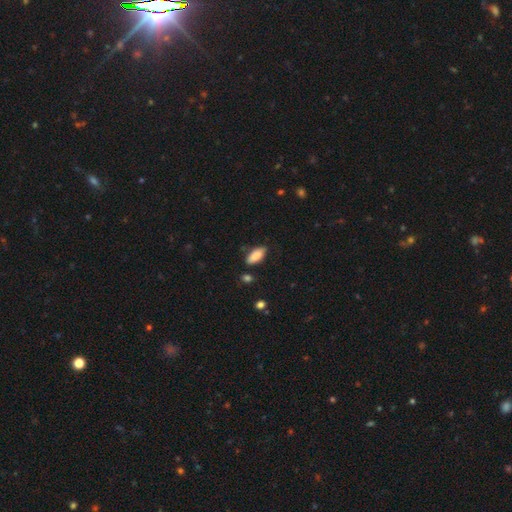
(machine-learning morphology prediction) Overall: smooth (88%). How rounded: in between (87%). Merging: none (78%).